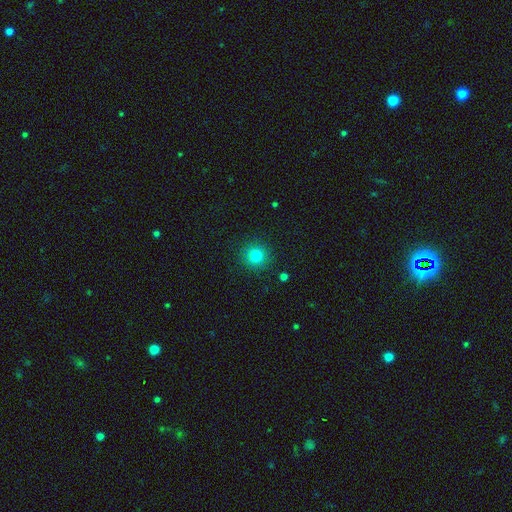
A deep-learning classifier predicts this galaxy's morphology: Smooth or featured? Predicted: smooth (p=0.81). How rounded? Predicted: round (p=0.94). Merging? Predicted: none (p=0.91).